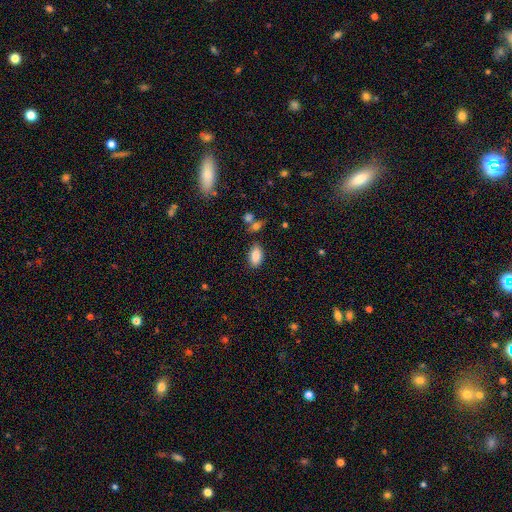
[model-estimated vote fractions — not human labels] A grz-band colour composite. It shows a smooth galaxy with no disk features (85%) that is in between round and cigar-shaped (93%). Merging: none (82%).